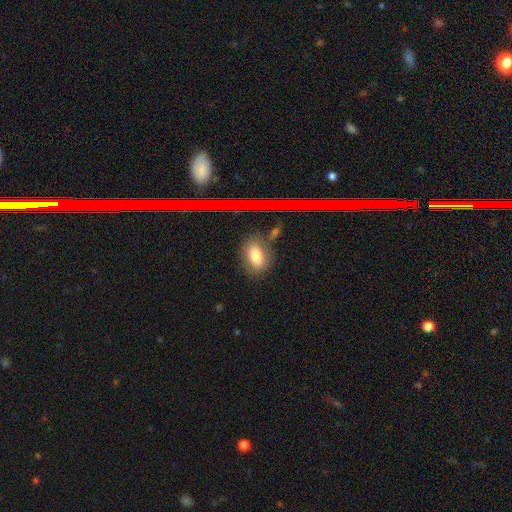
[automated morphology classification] The model was most divided on "merging": none: 73%, minor disturbance: 15%, merger: 7%, major disturbance: 5%. More confident: how rounded — in between (84%); smooth or featured — smooth (75%).